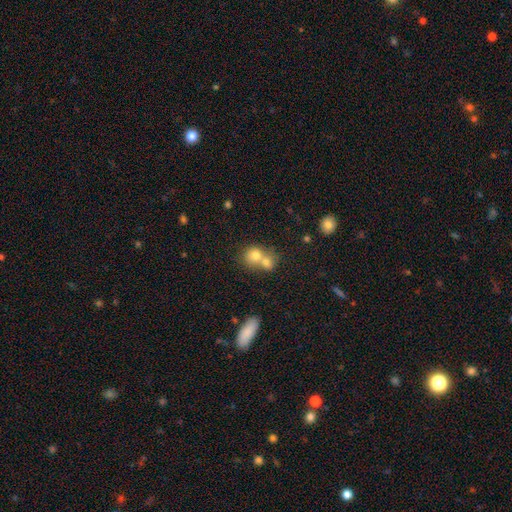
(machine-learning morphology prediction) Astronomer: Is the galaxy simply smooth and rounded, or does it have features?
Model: smooth — 73%.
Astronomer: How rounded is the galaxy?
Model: round — 70%.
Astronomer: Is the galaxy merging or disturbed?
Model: merger — 66%.